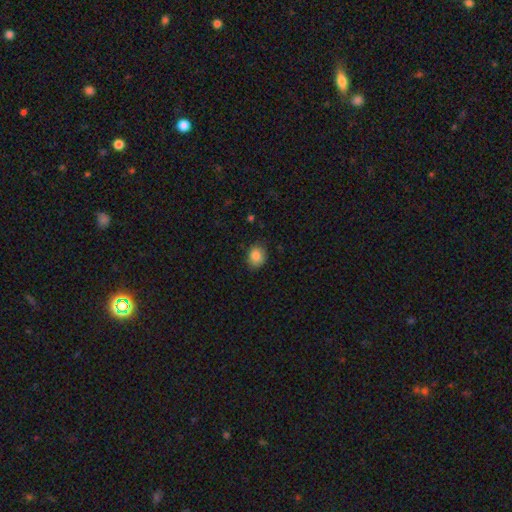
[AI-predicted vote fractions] This is clearly a smooth galaxy (85%). How rounded: possibly round (56%). Merging: likely none (76%).